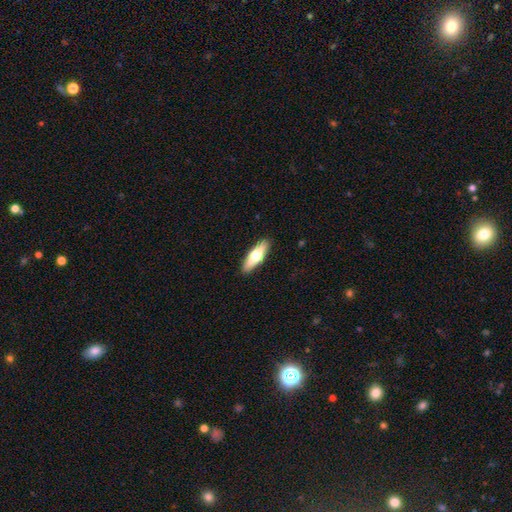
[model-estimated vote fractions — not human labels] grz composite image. It shows a smooth galaxy with no disk features (56%) that is cigar-shaped (49%). Merging: none (90%).